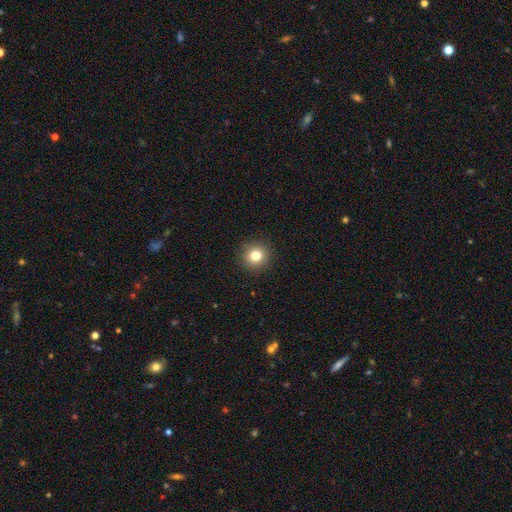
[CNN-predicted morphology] type=smooth (81%); roundness=round (92%); merging=none (91%).